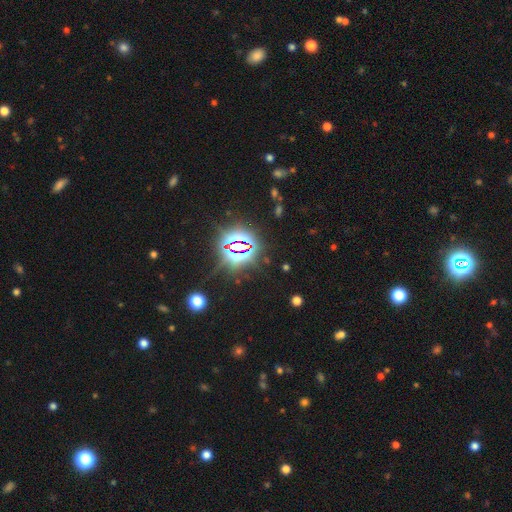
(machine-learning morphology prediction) This appears to be a star or artifact, not a galaxy (83%).